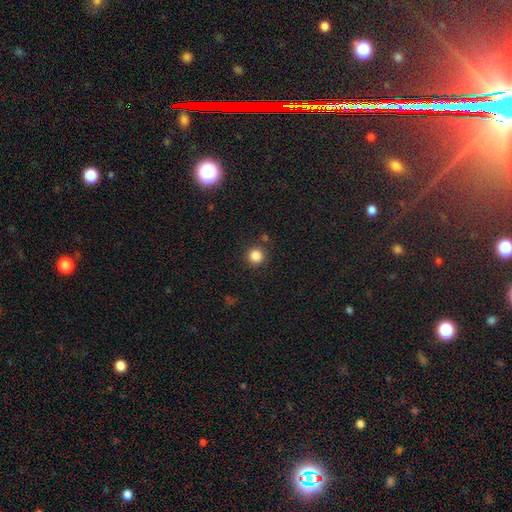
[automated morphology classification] smooth 84%, star or artifact 12%, featured or disk 4%. Down the decision tree: how rounded — round (95%); merging — none (88%).